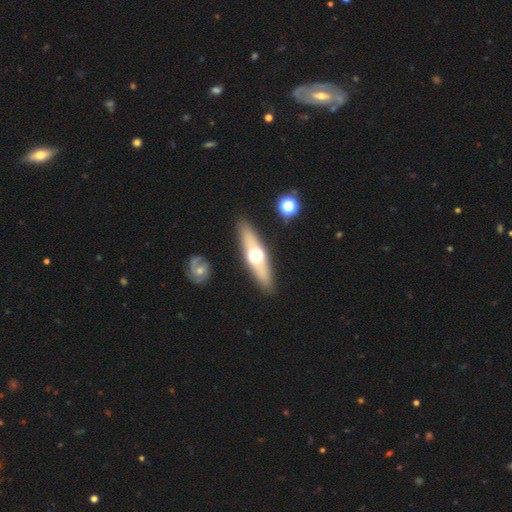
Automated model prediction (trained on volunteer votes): Morphology: type=featured or disk (57%); edge-on=yes (84%); merging=none (88%).